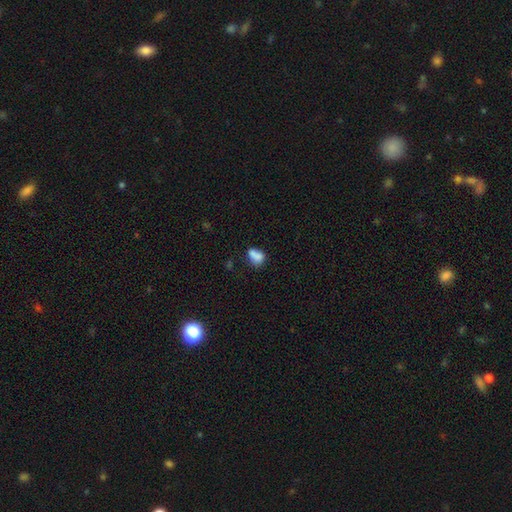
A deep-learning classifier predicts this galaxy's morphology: A smooth galaxy with no disk features (75%) that is in between round and cigar-shaped (66%).

Vote fractions:
- Smooth or featured? smooth: 75% / featured or disk: 15% / star or artifact: 10%
- How rounded? in between: 66% / round: 32% / cigar-shaped: 2%
- Merging? merger: 43% / none: 32% / minor disturbance: 17% / major disturbance: 8%